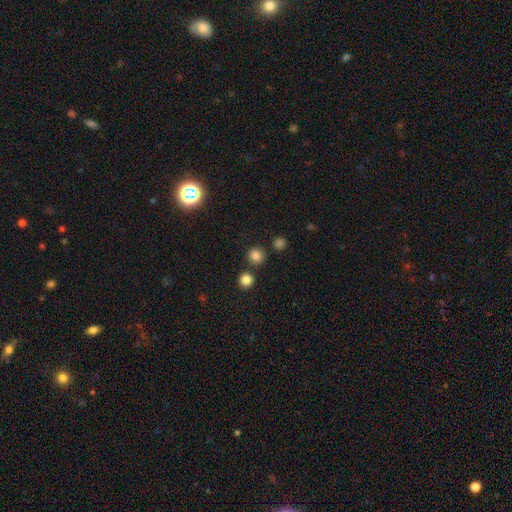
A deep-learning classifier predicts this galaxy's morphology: Smooth or featured: smooth — 81% (star or artifact — 14%)
How rounded: round — 92% (in between — 7%)
Merging: none — 82% (merger — 9%)